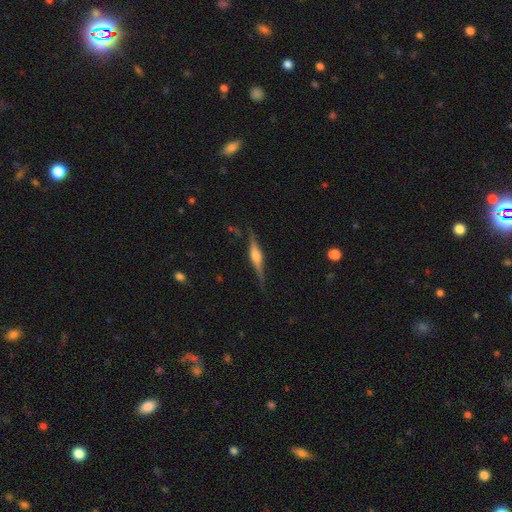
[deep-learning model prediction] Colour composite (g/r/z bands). It shows a featured or disk galaxy (78%) viewed edge-on (97%) with a rounded central bulge (83%). Merging: none (83%).